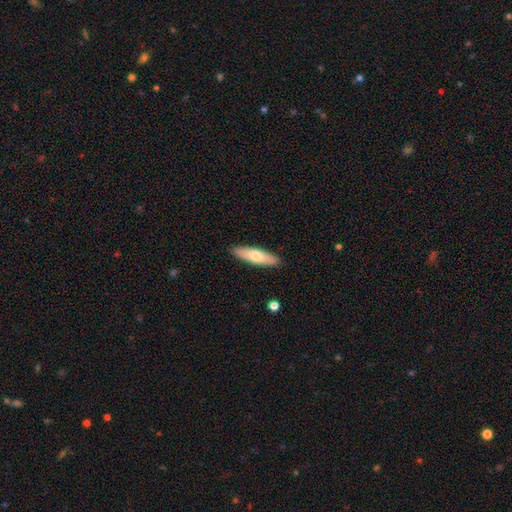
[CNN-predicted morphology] Smooth or featured?
  - smooth: 68% *
  - featured or disk: 27%
  - star or artifact: 5%
How rounded?
  - cigar-shaped: 64% *
  - in between: 35%
  - round: 2%
Merging?
  - none: 89% *
  - minor disturbance: 8%
  - major disturbance: 2%
  - merger: 1%